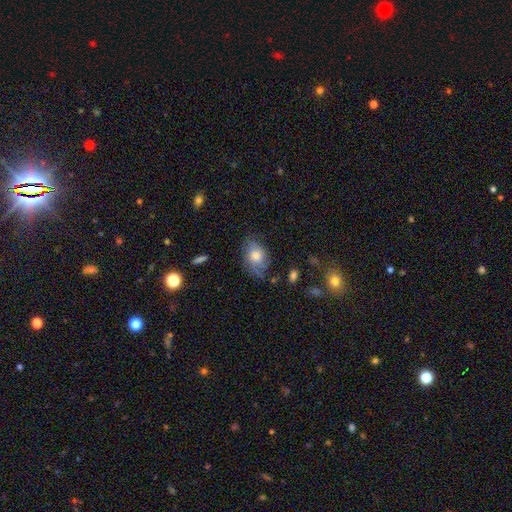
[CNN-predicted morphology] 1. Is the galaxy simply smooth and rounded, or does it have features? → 46% smooth, 45% featured or disk, 9% star or artifact.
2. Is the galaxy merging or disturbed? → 54% none, 28% minor disturbance, 16% major disturbance, 2% merger.